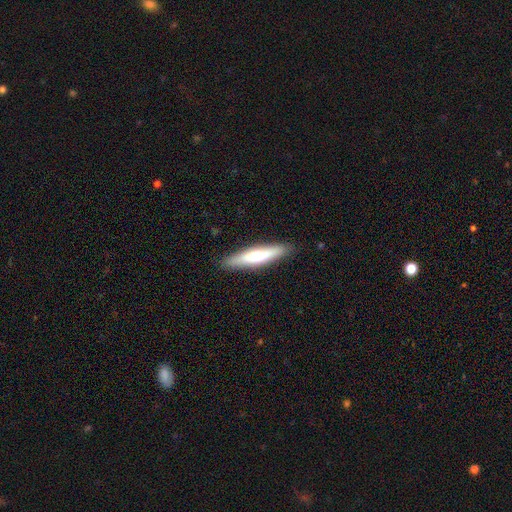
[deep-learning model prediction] A smooth galaxy with no disk features (65%) that is cigar-shaped (84%).

Vote fractions:
- Smooth or featured? smooth: 65% / featured or disk: 30% / star or artifact: 5%
- How rounded? cigar-shaped: 84% / in between: 15% / round: 1%
- Merging? none: 88% / minor disturbance: 9% / major disturbance: 2% / merger: 1%